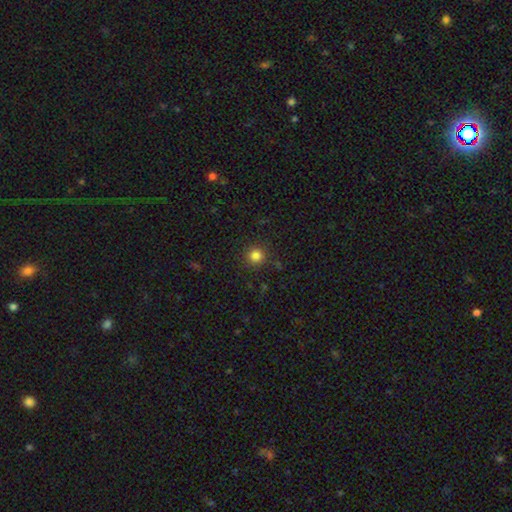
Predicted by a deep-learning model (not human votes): Smooth or featured? smooth (82%)
How rounded? round (94%)
Merging? none (89%)